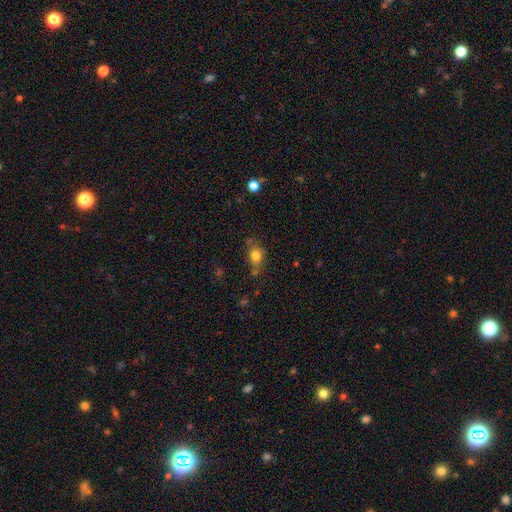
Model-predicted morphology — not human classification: Smooth or featured? smooth (78%)
How rounded? round (56%)
Merging? none (61%)